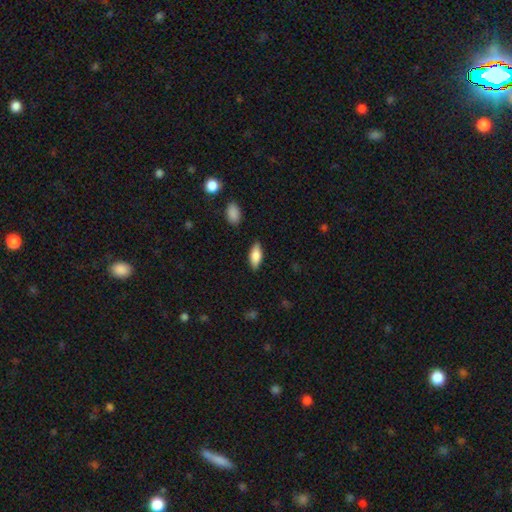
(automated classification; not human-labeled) Smooth or featured: smooth — 80% (featured or disk — 14%)
How rounded: in between — 82% (cigar-shaped — 15%)
Merging: none — 84% (minor disturbance — 11%)